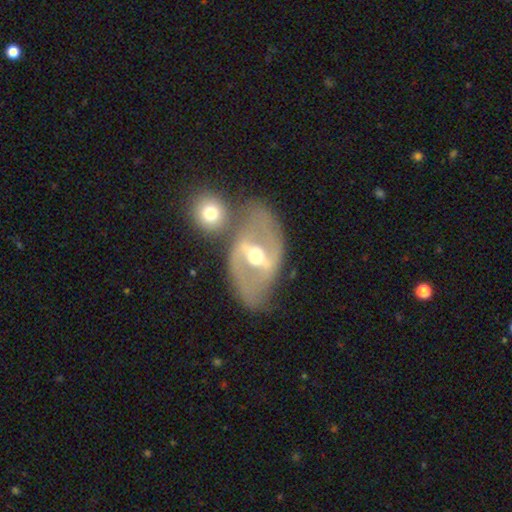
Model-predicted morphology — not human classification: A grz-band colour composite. It shows a featured or disk galaxy (79%) with a strong bar (59%), spiral arms (64%) and a moderate central bulge (77%). Merging: none (55%).